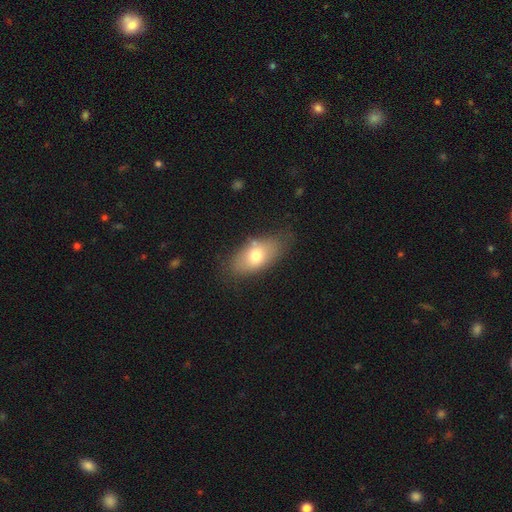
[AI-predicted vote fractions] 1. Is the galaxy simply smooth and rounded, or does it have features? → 72% smooth, 21% featured or disk, 7% star or artifact.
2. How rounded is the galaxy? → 90% in between, 6% round, 4% cigar-shaped.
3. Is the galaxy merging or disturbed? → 73% none, 18% minor disturbance, 5% major disturbance, 3% merger.